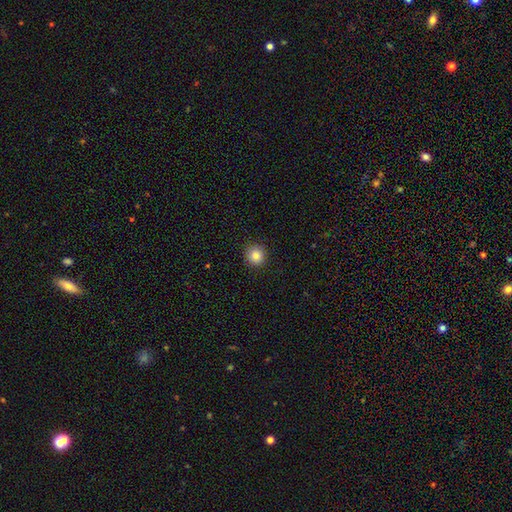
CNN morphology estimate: This appears to be a smooth galaxy with no disk features (83%) that is round (93%). Merging: none (91%).